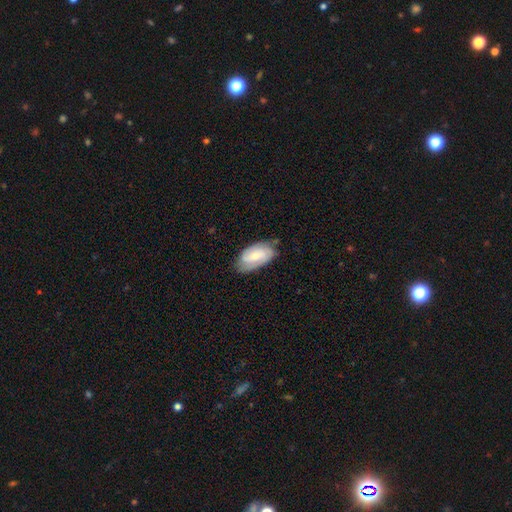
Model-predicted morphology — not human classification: A smooth galaxy with no disk features (50%) that is in between round and cigar-shaped (93%). Merging: none (68%).